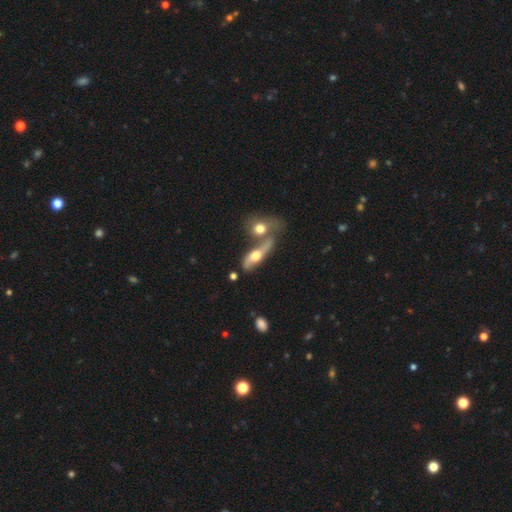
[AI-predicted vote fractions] Smooth or featured? Predicted: featured or disk (p=0.63). Edge-on disk? Predicted: no (p=0.67). Merging? Predicted: merger (p=0.46).